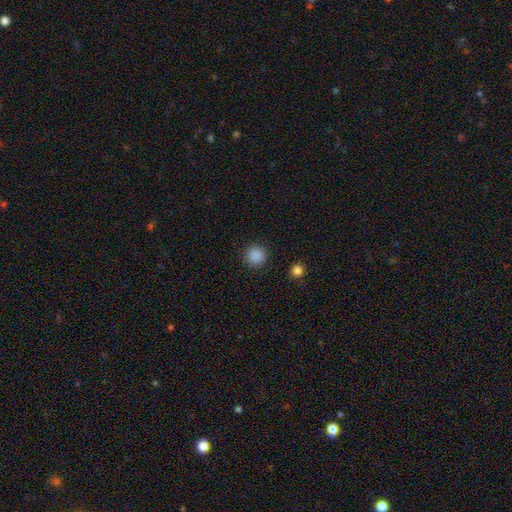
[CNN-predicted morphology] Q: Smooth or featured?
A: smooth (87%); runner-up: star or artifact (10%)
Q: How rounded?
A: round (94%); runner-up: in between (5%)
Q: Merging?
A: none (91%); runner-up: minor disturbance (5%)